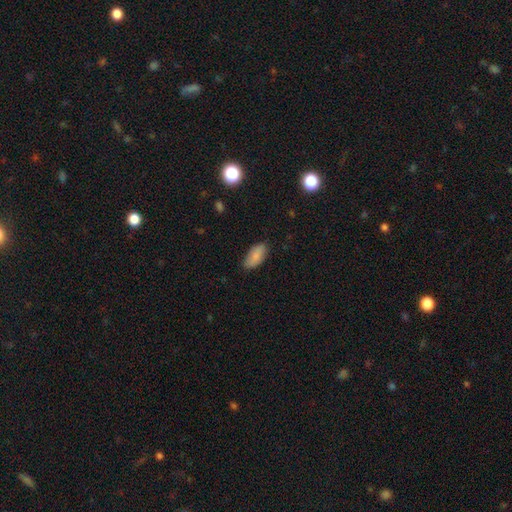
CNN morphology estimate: This is clearly a smooth galaxy (82%). How rounded: clearly in between (92%). Merging: likely none (79%).